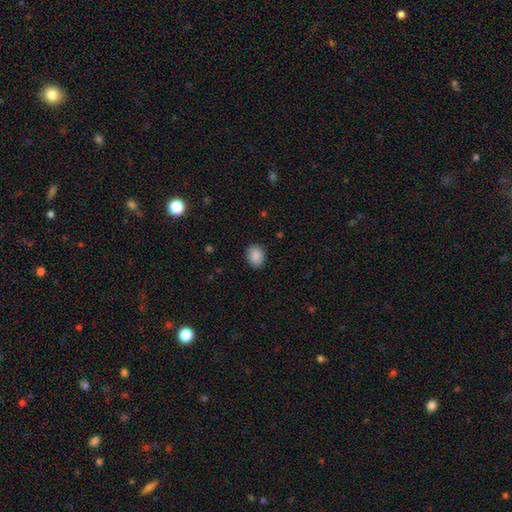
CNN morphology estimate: The model was most divided on "how rounded": in between: 61%, round: 38%, cigar-shaped: 1%. More confident: smooth or featured — smooth (89%); merging — none (87%).